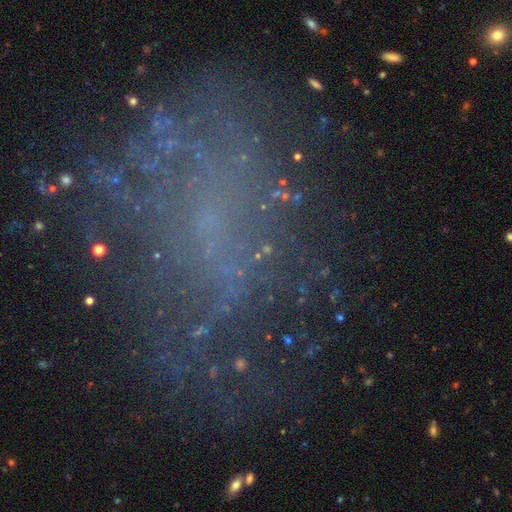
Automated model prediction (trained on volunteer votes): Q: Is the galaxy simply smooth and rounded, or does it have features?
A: featured or disk — 41%.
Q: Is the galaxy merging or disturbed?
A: none — 56%.